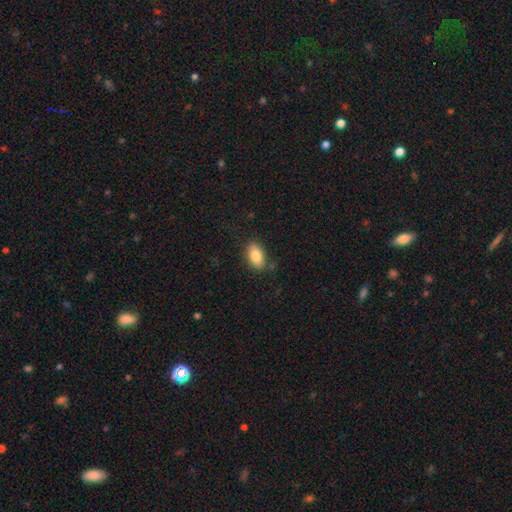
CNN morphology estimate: The model was most divided on "merging": none: 84%, minor disturbance: 12%, major disturbance: 3%, merger: 2%. More confident: how rounded — in between (91%); smooth or featured — smooth (82%).